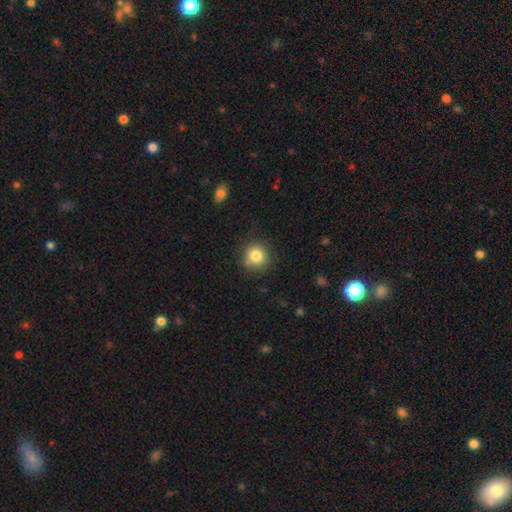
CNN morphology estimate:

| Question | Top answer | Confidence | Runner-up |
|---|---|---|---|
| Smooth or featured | smooth | 82% | star or artifact (11%) |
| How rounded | round | 90% | in between (9%) |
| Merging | none | 82% | minor disturbance (12%) |